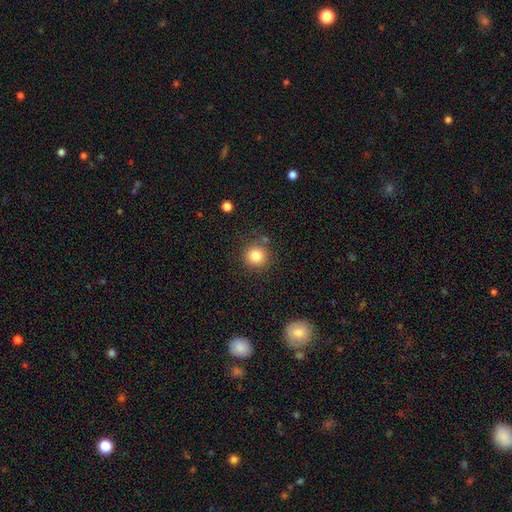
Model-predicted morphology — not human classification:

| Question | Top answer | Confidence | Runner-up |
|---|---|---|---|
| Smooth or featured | smooth | 82% | star or artifact (11%) |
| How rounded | round | 93% | in between (6%) |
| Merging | none | 84% | minor disturbance (9%) |